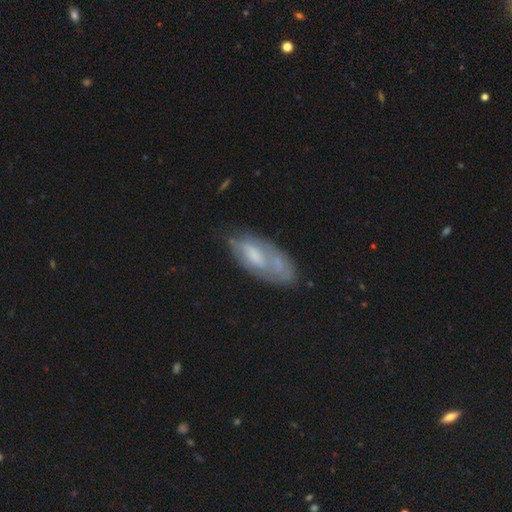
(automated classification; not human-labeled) Smooth or featured?
  - featured or disk: 48% *
  - smooth: 45%
  - star or artifact: 7%
Merging?
  - none: 52% *
  - minor disturbance: 28%
  - major disturbance: 14%
  - merger: 6%